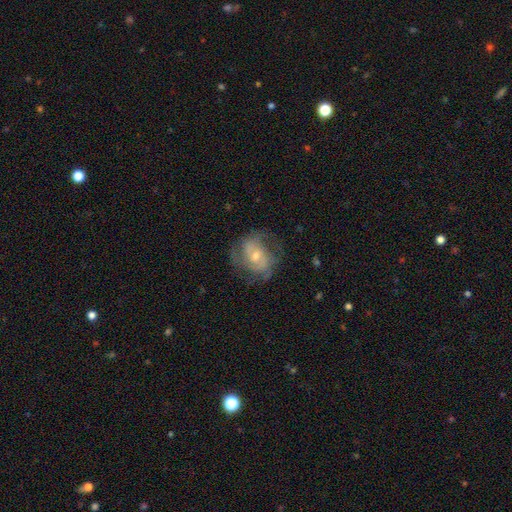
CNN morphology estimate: featured or disk 72%, smooth 19%, star or artifact 9%. Down the decision tree: edge-on disk — no (97%); bar — no (58%); spiral arms — yes (86%); spiral arm count — 2 (44%); spiral winding — medium (45%); bulge size — moderate (47%); merging — none (65%).